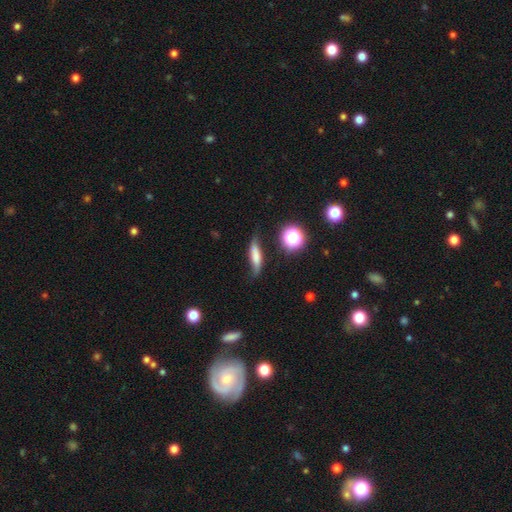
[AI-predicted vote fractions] Smooth or featured? Predicted: smooth (p=0.58). How rounded? Predicted: cigar-shaped (p=0.66). Merging? Predicted: none (p=0.60).